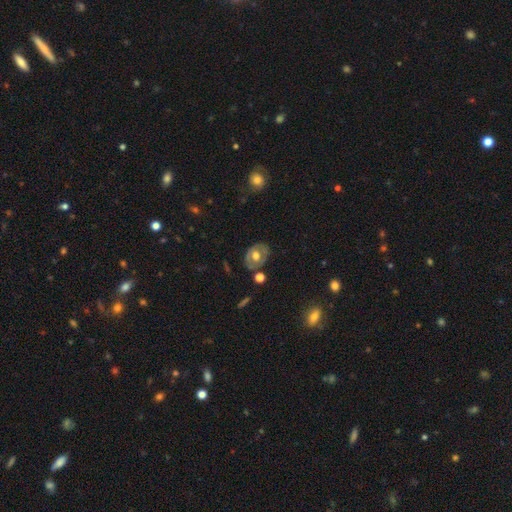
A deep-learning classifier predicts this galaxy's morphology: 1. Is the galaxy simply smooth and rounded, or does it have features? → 48% featured or disk, 45% smooth, 8% star or artifact.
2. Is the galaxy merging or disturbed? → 73% none, 17% minor disturbance, 5% merger, 5% major disturbance.